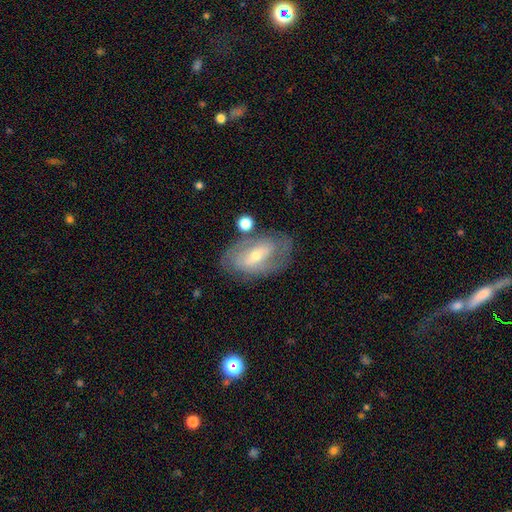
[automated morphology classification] featured or disk 71%, smooth 22%, star or artifact 7%. Down the decision tree: edge-on disk — no (92%); bar — weak (39%); spiral arms — yes (73%); bulge size — small (55%); merging — none (69%).